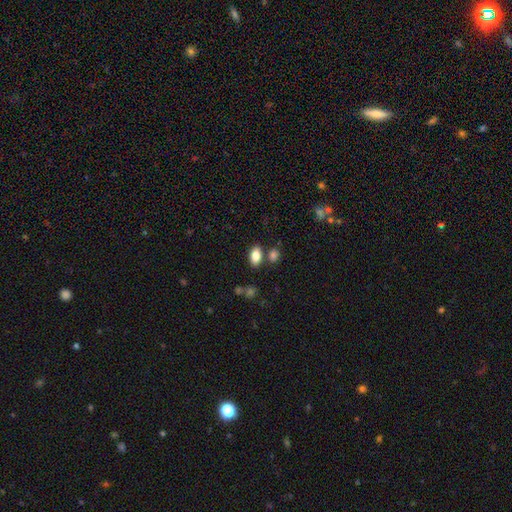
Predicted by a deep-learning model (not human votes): smooth 85%, star or artifact 8%, featured or disk 7%. Down the decision tree: how rounded — in between (91%); merging — none (75%).